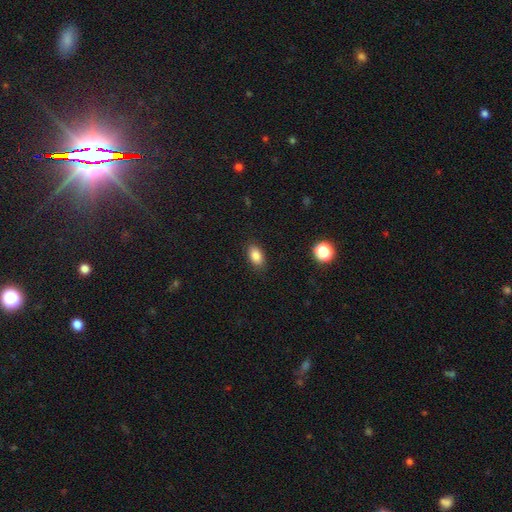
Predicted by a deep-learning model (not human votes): Smooth or featured? Predicted: smooth (p=0.86). How rounded? Predicted: in between (p=0.89). Merging? Predicted: none (p=0.88).